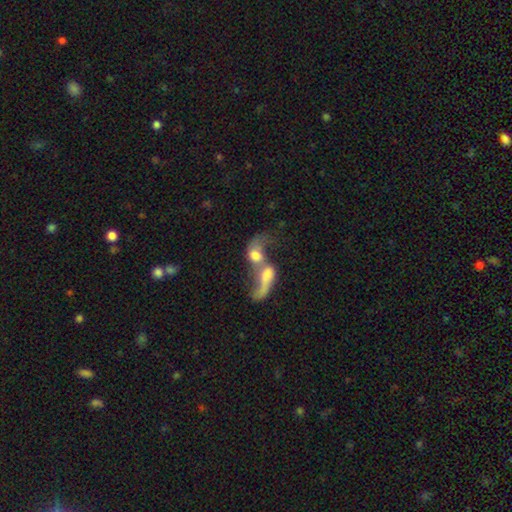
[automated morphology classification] The model was most divided on "smooth or featured": smooth: 50%, featured or disk: 40%, star or artifact: 10%. More confident: merging — merger (82%).